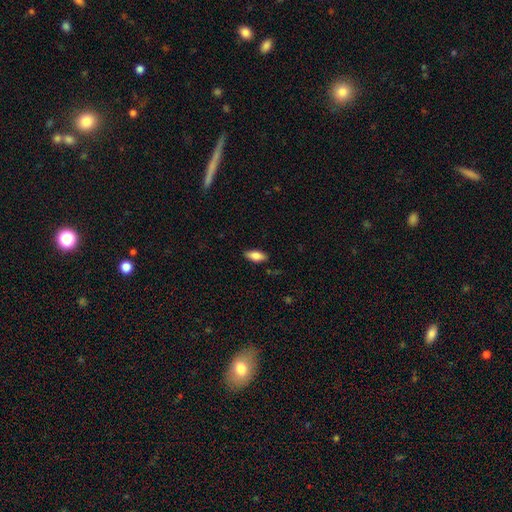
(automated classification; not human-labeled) Overall: smooth (82%). How rounded: in between (83%). Merging: none (85%).